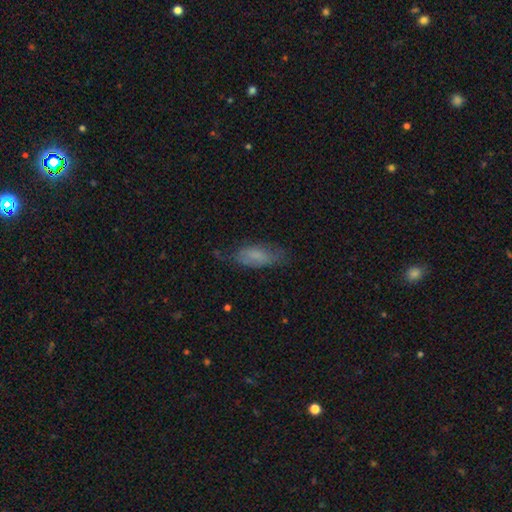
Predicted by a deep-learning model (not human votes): Smooth or featured? Predicted: smooth (p=0.66). How rounded? Predicted: in between (p=0.75). Merging? Predicted: none (p=0.59).